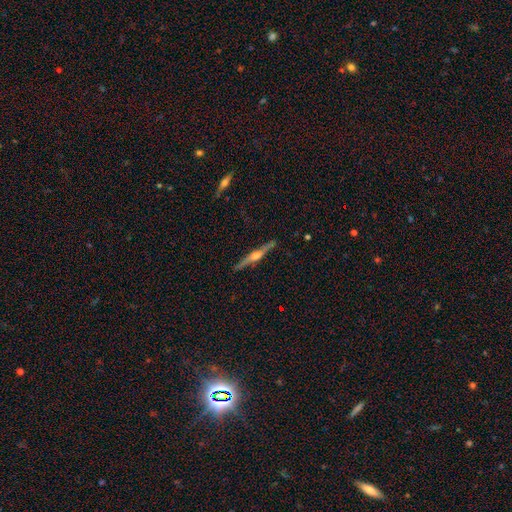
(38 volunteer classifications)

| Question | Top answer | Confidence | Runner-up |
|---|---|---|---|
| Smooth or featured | featured or disk | 82% | smooth (13%) |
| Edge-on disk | yes | 100% | — |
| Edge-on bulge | rounded | 87% | boxy (10%) |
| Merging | none | 86% | minor disturbance (8%) |